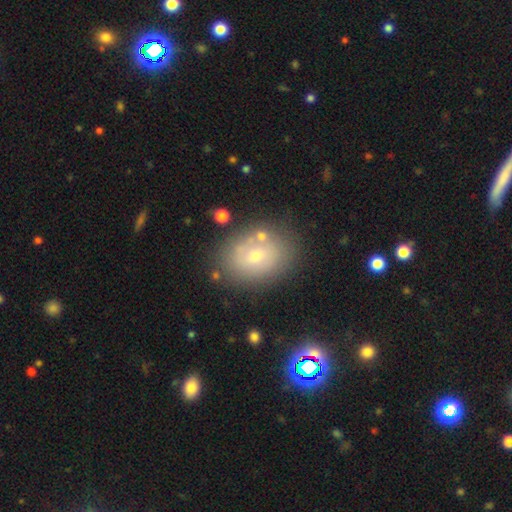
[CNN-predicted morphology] This is possibly a smooth galaxy (53%). How rounded: likely in between (71%). Merging: likely none (74%).